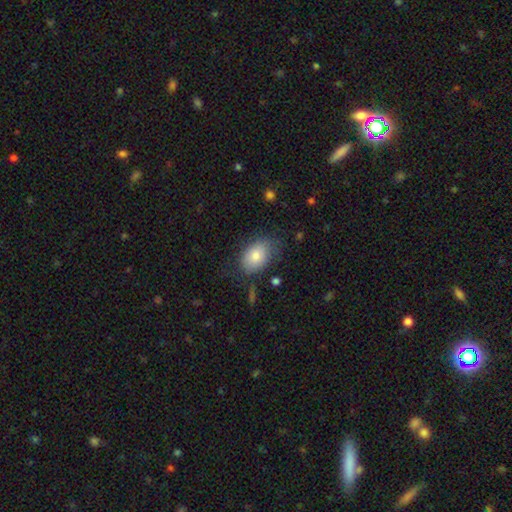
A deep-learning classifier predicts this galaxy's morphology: smooth_or_featured: smooth (p=0.81) [alt: featured or disk p=0.12]
how_rounded: in between (p=0.85) [alt: round p=0.13]
merging: none (p=0.70) [alt: minor disturbance p=0.22]